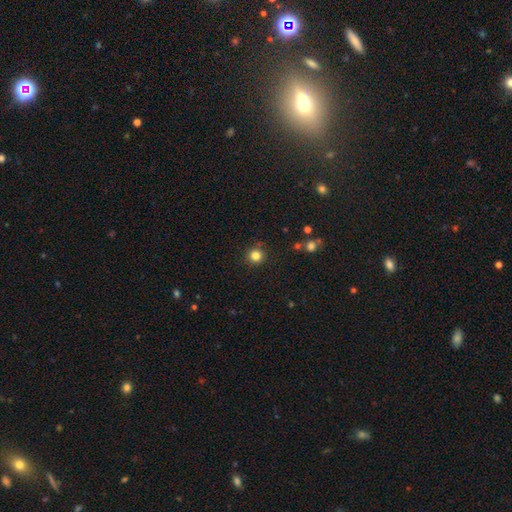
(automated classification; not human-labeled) Smooth or featured? smooth (82%)
How rounded? round (94%)
Merging? none (89%)